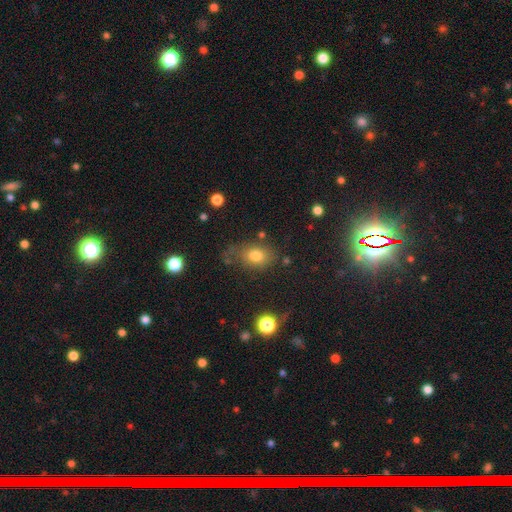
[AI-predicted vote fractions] The model was most divided on "how rounded": in between: 67%, round: 31%, cigar-shaped: 2%. More confident: smooth or featured — smooth (76%); merging — none (63%).